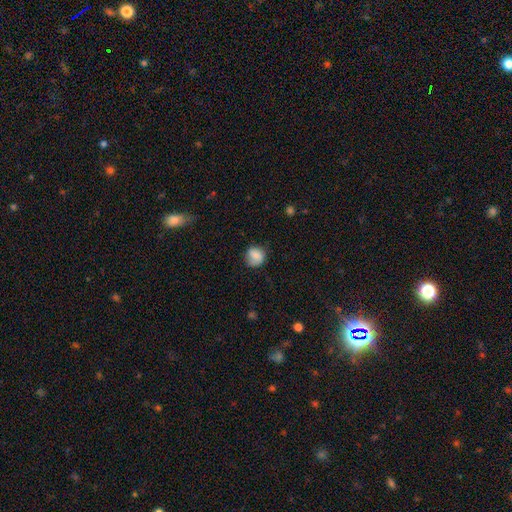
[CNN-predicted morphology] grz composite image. It shows a smooth galaxy with no disk features (80%) that is round (79%). Merging: none (67%).